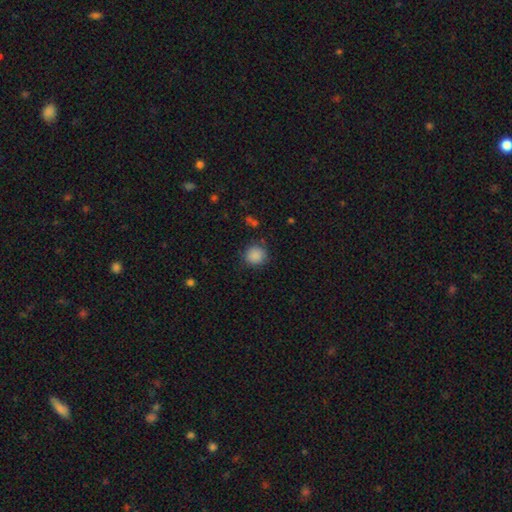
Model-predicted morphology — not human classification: Overall: smooth (88%). How rounded: round (90%). Merging: none (85%).